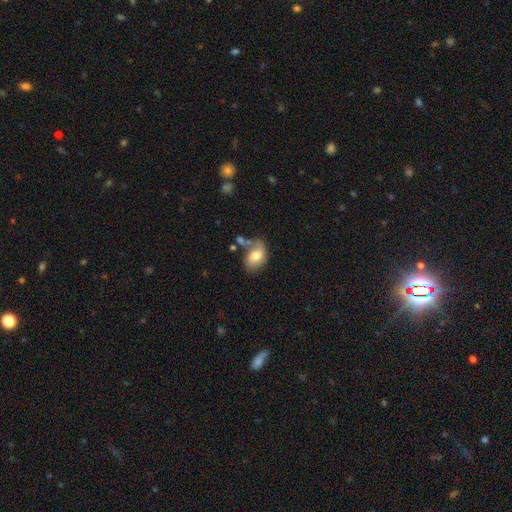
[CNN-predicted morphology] Q: Smooth or featured?
A: smooth (67%); runner-up: featured or disk (26%)
Q: How rounded?
A: in between (83%); runner-up: round (15%)
Q: Merging?
A: none (47%); runner-up: minor disturbance (25%)